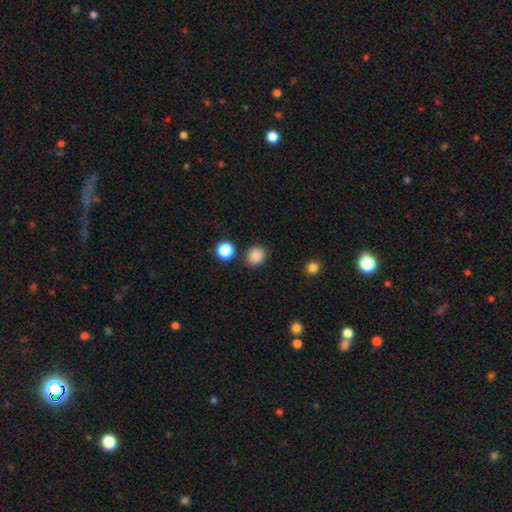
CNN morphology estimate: A smooth galaxy with no disk features (86%) that is round (76%).

Vote fractions:
- Smooth or featured? smooth: 86% / star or artifact: 10% / featured or disk: 3%
- How rounded? round: 76% / in between: 23% / cigar-shaped: 1%
- Merging? none: 86% / minor disturbance: 8% / merger: 4% / major disturbance: 3%